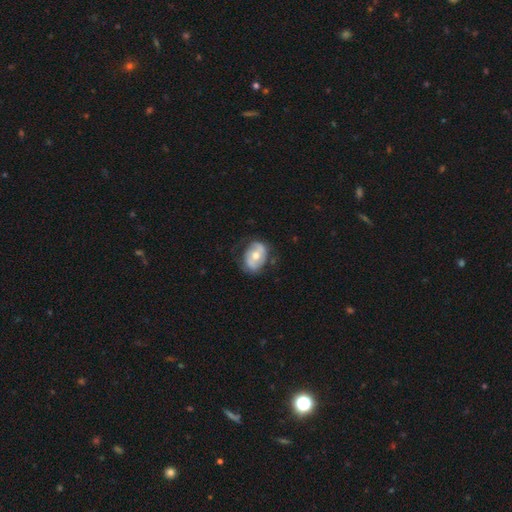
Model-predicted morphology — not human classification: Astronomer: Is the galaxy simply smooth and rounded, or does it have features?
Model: featured or disk — 55% (runner-up: smooth, 39%).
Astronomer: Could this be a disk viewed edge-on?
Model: no — 95%.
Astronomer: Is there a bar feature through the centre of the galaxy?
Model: no — 60%.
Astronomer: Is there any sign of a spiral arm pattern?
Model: yes — 62% (runner-up: no, 38%).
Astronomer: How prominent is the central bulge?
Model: moderate — 73%.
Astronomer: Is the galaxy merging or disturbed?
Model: none — 68%.